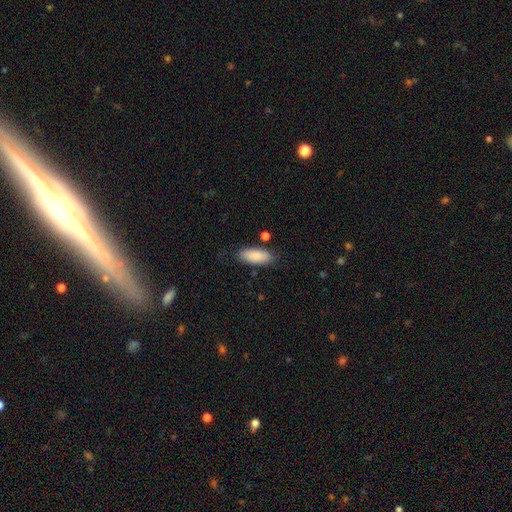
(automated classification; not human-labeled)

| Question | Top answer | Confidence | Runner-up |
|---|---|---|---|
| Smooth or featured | smooth | 88% | featured or disk (6%) |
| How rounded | in between | 85% | cigar-shaped (13%) |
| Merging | none | 79% | minor disturbance (14%) |